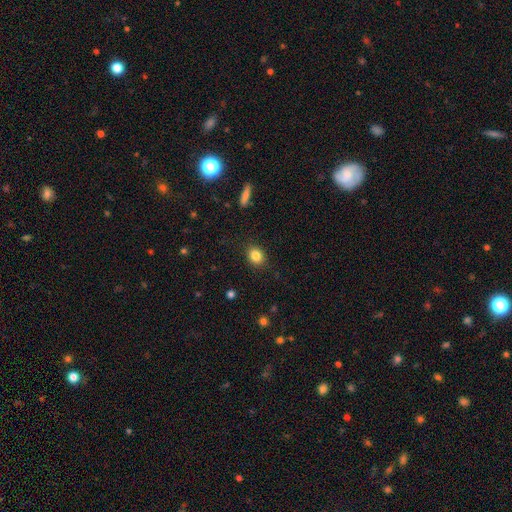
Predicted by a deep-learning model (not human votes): smooth-or-featured: smooth: 85% | star or artifact: 10% | featured or disk: 6%
  how-rounded: round: 58% | in between: 41% | cigar-shaped: 1%
  merging: none: 88% | minor disturbance: 9% | major disturbance: 2% | merger: 1%